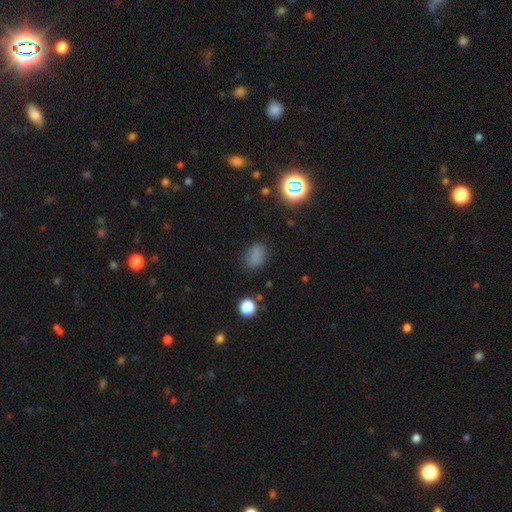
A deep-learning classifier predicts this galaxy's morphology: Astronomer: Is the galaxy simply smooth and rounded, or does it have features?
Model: smooth — 77%.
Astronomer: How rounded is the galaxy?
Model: in between — 78%.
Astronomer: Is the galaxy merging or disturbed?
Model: none — 77%.